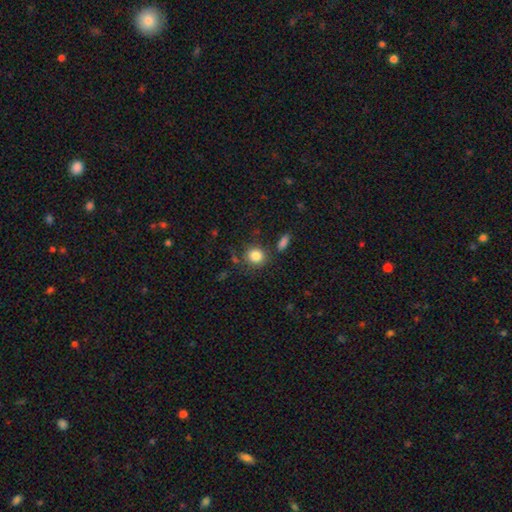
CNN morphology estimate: The model was most divided on "how rounded": round: 82%, in between: 17%, cigar-shaped: 1%. More confident: smooth or featured — smooth (86%); merging — none (77%).